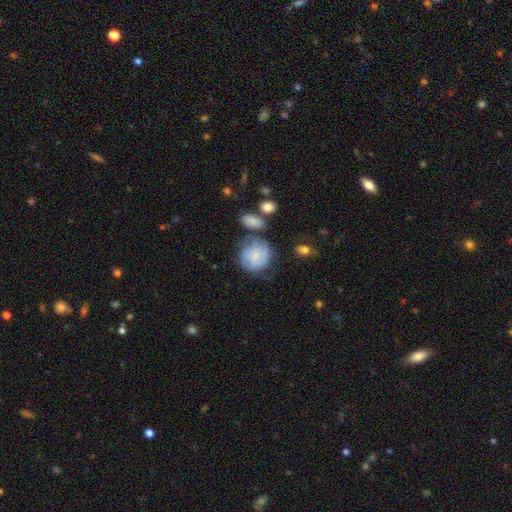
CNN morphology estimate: Smooth or featured?
  - smooth: 55% *
  - featured or disk: 38%
  - star or artifact: 7%
How rounded?
  - round: 83% *
  - in between: 16%
  - cigar-shaped: 1%
Merging?
  - none: 52% *
  - minor disturbance: 24%
  - major disturbance: 14%
  - merger: 11%